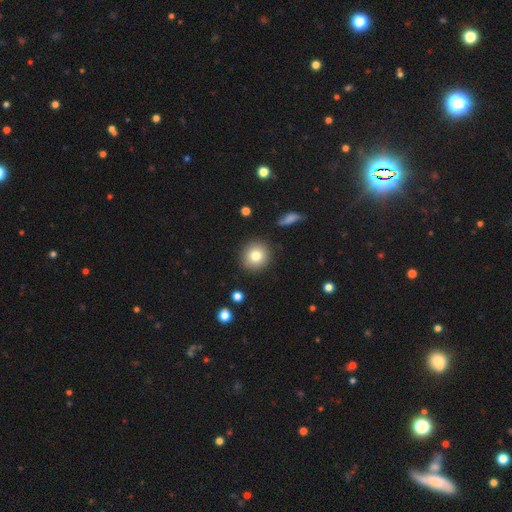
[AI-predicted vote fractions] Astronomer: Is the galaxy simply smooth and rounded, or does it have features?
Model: smooth — 79%.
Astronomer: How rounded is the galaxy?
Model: round — 90%.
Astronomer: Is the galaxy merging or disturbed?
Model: none — 89%.